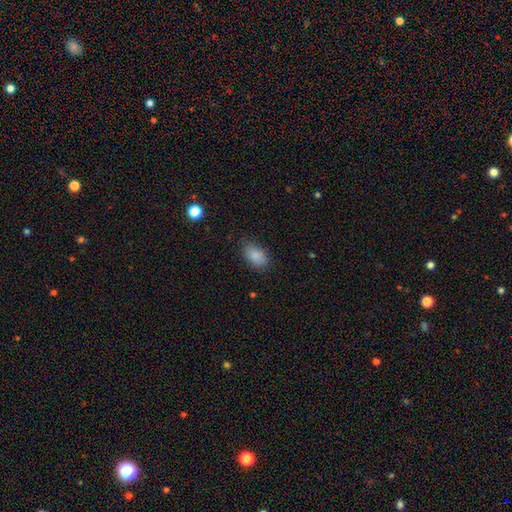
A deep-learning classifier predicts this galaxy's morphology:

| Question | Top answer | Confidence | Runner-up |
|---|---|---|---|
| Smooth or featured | smooth | 87% | star or artifact (8%) |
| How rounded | in between | 91% | round (7%) |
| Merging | none | 78% | minor disturbance (16%) |